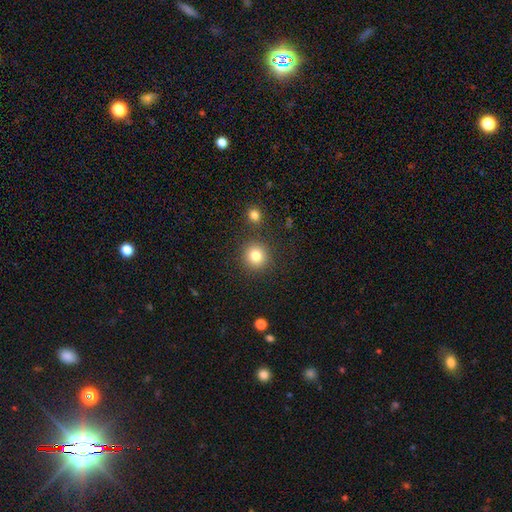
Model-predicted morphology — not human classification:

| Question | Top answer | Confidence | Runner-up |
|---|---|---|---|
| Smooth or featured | smooth | 83% | star or artifact (11%) |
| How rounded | round | 93% | in between (6%) |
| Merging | none | 86% | minor disturbance (6%) |